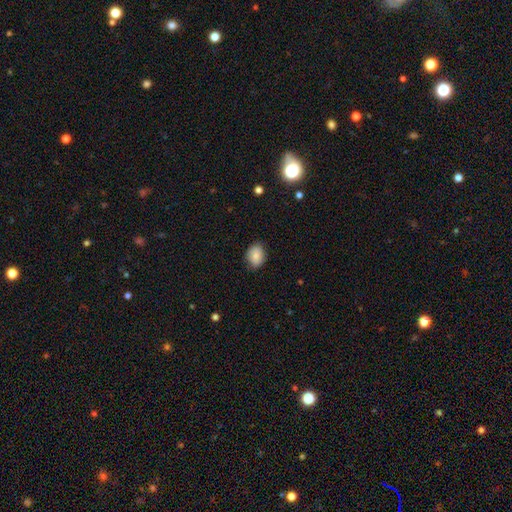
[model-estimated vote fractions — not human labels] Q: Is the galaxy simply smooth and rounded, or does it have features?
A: smooth — 82%.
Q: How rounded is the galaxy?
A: in between — 58%.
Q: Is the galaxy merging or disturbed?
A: none — 79%.